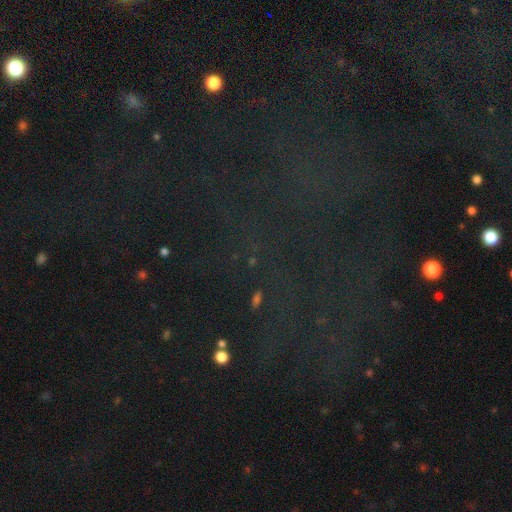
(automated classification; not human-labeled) Morphology: type=star or artifact (73%).